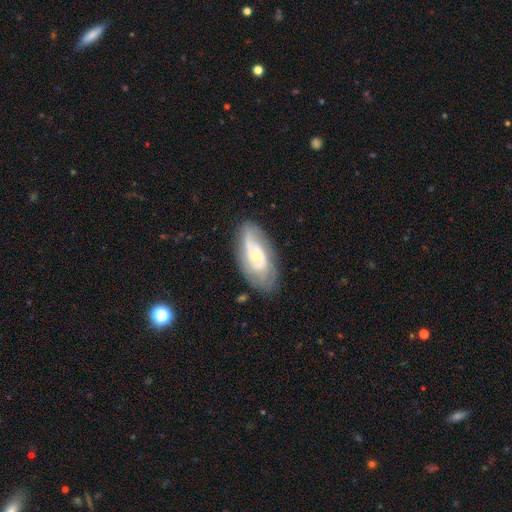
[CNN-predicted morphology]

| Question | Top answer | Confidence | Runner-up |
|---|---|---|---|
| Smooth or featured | featured or disk | 72% | smooth (22%) |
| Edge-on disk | no | 92% | yes (8%) |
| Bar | no | 59% | weak (34%) |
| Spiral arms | yes | 89% | no (11%) |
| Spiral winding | tight | 42% | medium (40%) |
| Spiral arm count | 2 | 46% | can't tell (33%) |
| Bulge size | small | 64% | moderate (30%) |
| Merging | none | 73% | minor disturbance (19%) |